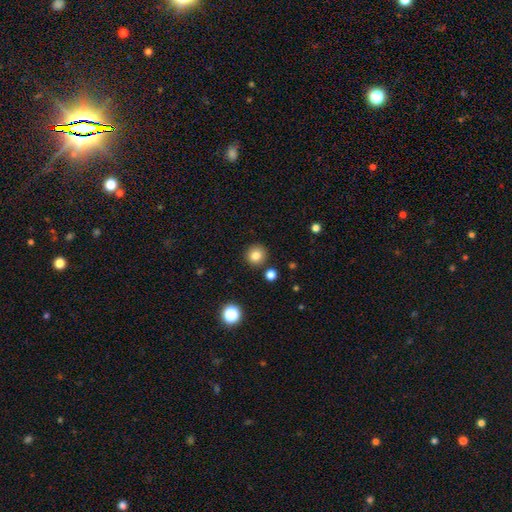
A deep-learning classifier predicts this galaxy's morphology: The model was most divided on "smooth or featured": smooth: 82%, star or artifact: 12%, featured or disk: 6%. More confident: how rounded — round (93%); merging — none (89%).